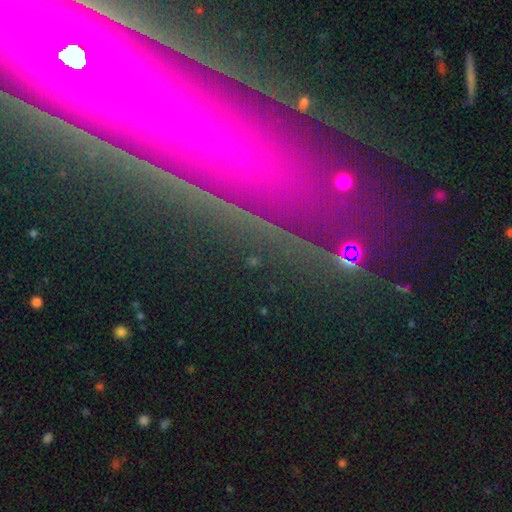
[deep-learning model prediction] star or artifact 45%, featured or disk 35%, smooth 20%.